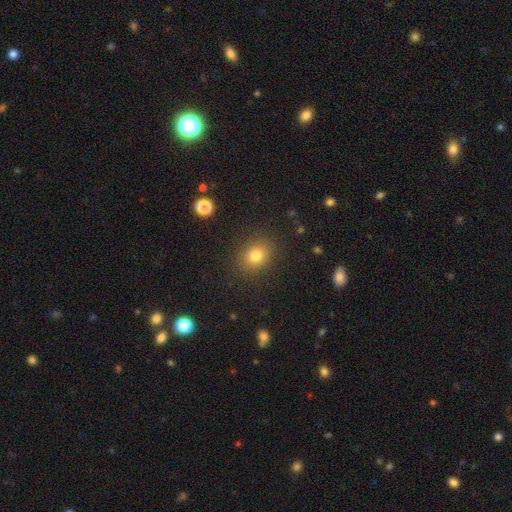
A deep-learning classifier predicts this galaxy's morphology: The model was most divided on "how rounded": in between: 52%, round: 47%, cigar-shaped: 1%. More confident: merging — none (87%); smooth or featured — smooth (79%).